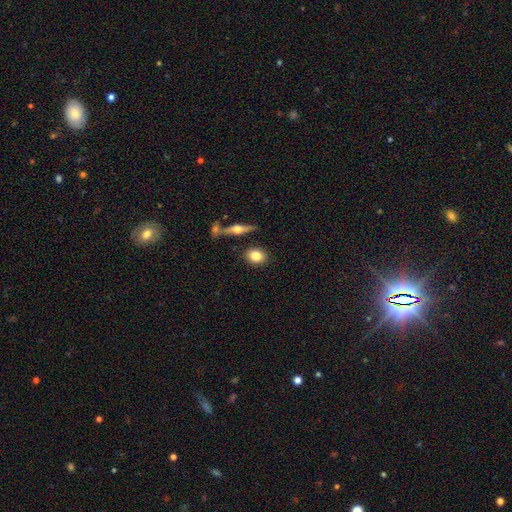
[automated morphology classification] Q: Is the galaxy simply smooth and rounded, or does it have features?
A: smooth — 78%.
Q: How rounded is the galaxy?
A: round — 52%.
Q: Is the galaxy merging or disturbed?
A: none — 83%.